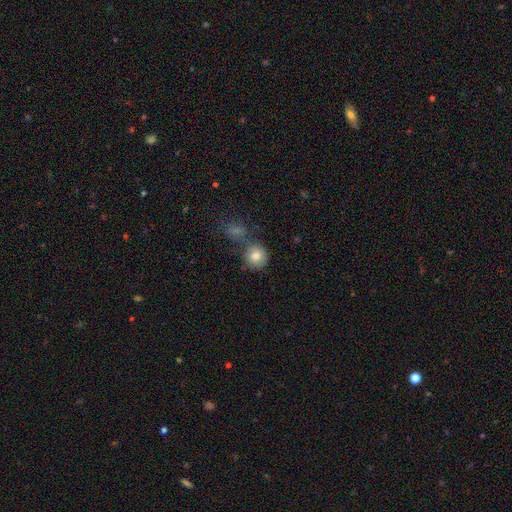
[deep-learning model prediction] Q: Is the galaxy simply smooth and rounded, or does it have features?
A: smooth — 81%.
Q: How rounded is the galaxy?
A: round — 87%.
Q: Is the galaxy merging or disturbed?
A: none — 66%.